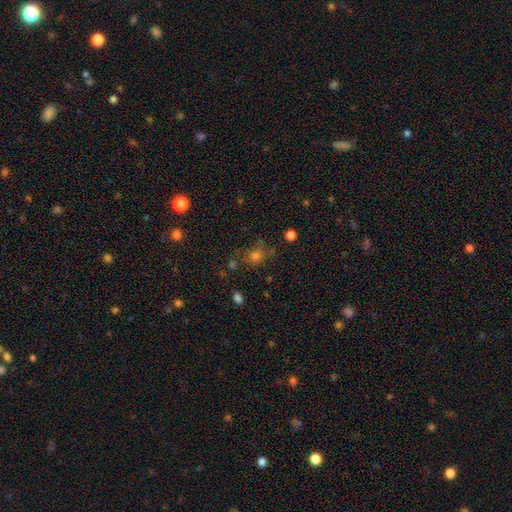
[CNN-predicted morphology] A smooth galaxy with no disk features (64%) that is round (77%). Merging: none (70%).